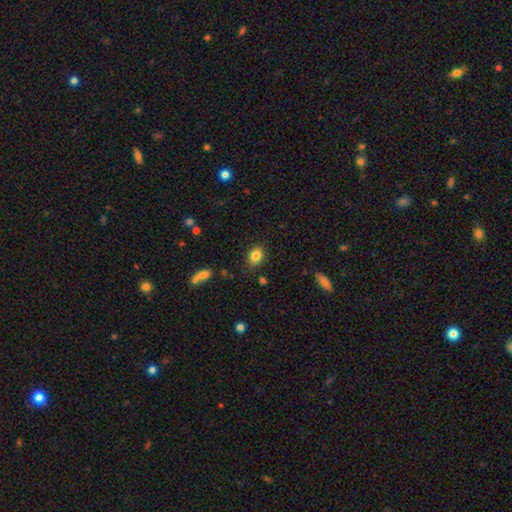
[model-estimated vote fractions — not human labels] Smooth or featured? smooth (83%)
How rounded? in between (59%)
Merging? none (83%)